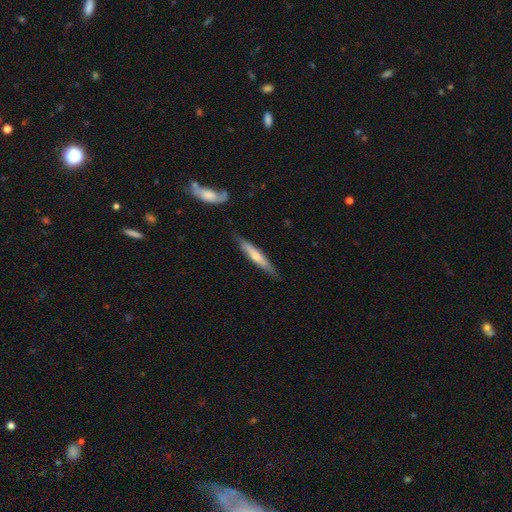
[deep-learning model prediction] Morphology: type=smooth (53%); roundness=cigar-shaped (90%); merging=none (80%).